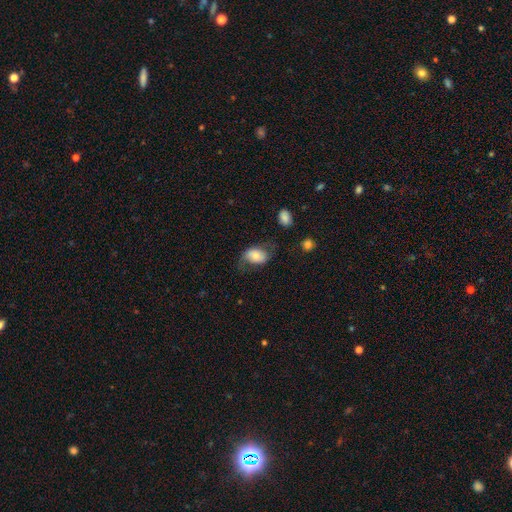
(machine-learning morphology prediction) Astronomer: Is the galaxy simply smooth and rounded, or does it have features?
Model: smooth — 67%.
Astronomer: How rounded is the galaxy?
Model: in between — 82%.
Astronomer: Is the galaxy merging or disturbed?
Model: none — 51% (runner-up: minor disturbance, 28%).